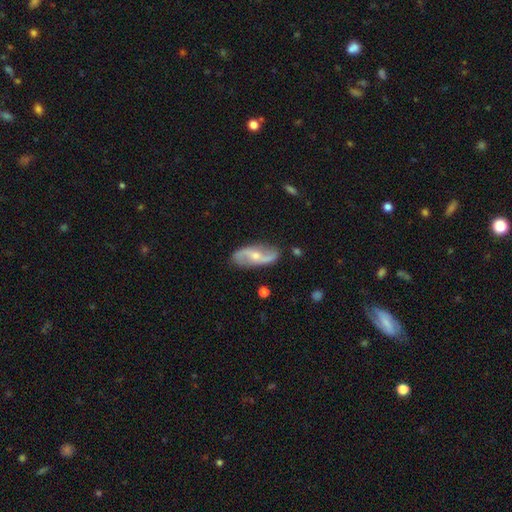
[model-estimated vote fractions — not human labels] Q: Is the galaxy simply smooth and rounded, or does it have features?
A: featured or disk — 83%.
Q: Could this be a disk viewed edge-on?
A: no — 93%.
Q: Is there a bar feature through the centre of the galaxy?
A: no — 50%.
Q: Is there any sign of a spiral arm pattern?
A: yes — 94%.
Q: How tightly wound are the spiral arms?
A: loose — 73%.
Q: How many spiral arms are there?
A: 2 — 93%.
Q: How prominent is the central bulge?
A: small — 48%.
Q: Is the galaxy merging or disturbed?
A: none — 83%.